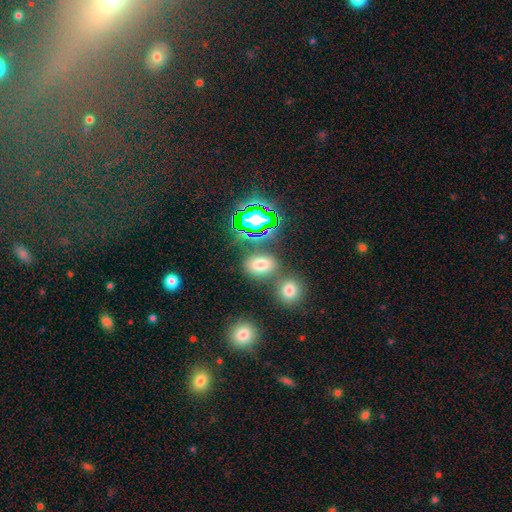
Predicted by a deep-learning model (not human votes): Overall: star or artifact (53%; smooth 31%).